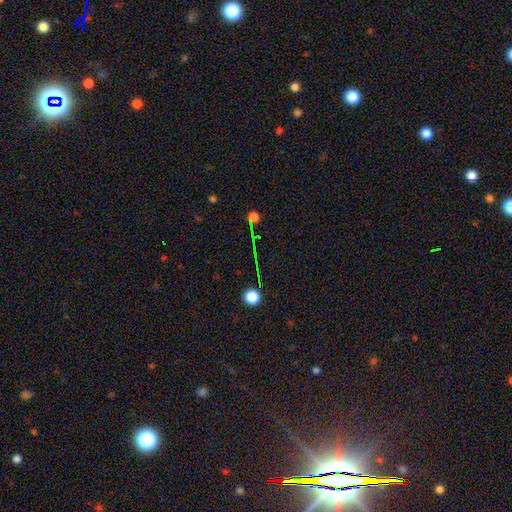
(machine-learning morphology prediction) Smooth or featured: star or artifact — 70% (smooth — 17%)